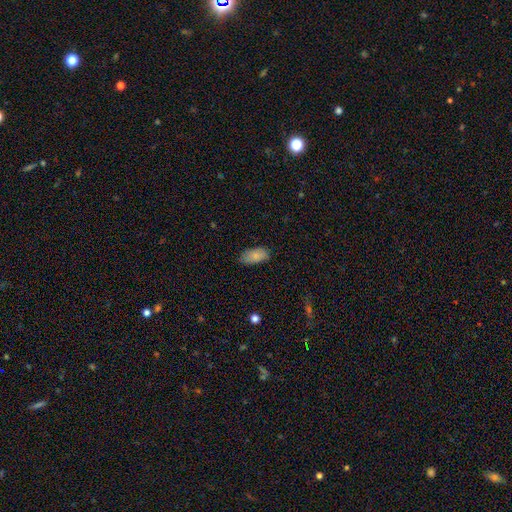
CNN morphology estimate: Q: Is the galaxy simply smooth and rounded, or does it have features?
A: smooth — 84%.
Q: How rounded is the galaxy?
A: in between — 93%.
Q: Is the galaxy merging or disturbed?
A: none — 77%.